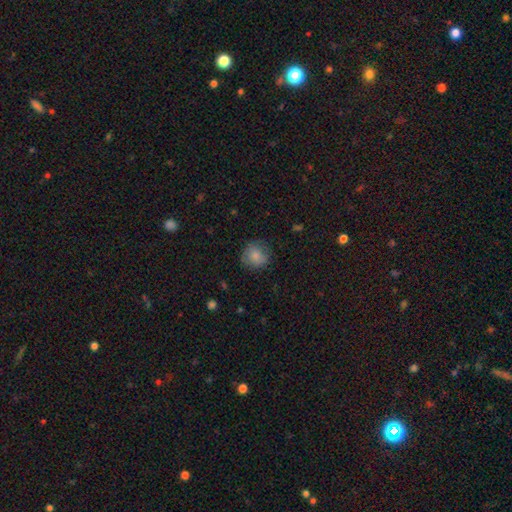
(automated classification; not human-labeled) The model was most divided on "merging": none: 77%, minor disturbance: 17%, major disturbance: 5%, merger: 1%. More confident: how rounded — round (87%); smooth or featured — smooth (82%).